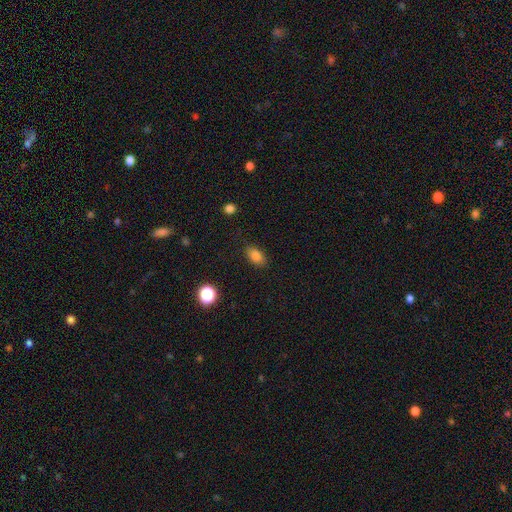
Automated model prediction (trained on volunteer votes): Smooth or featured: smooth — 82% (star or artifact — 11%)
How rounded: in between — 87% (round — 11%)
Merging: none — 85% (minor disturbance — 11%)